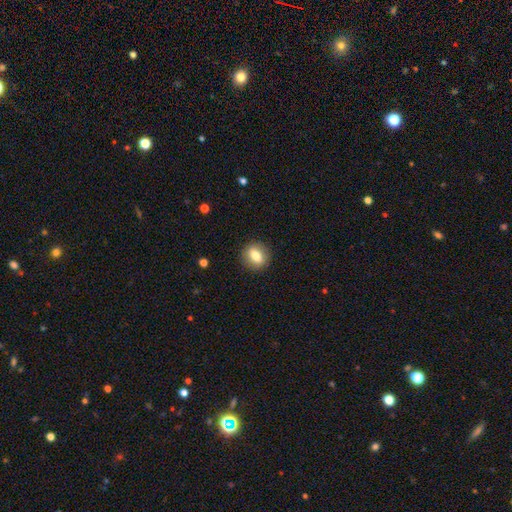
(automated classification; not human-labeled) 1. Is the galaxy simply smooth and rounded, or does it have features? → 75% smooth, 17% featured or disk, 8% star or artifact.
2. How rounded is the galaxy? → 70% round, 28% in between, 2% cigar-shaped.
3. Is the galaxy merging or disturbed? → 89% none, 7% minor disturbance, 2% major disturbance, 1% merger.